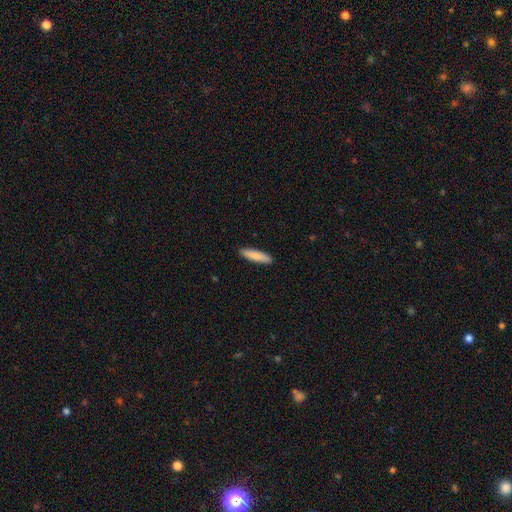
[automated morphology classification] This is clearly a smooth galaxy (83%). How rounded: likely cigar-shaped (78%). Merging: clearly none (90%).